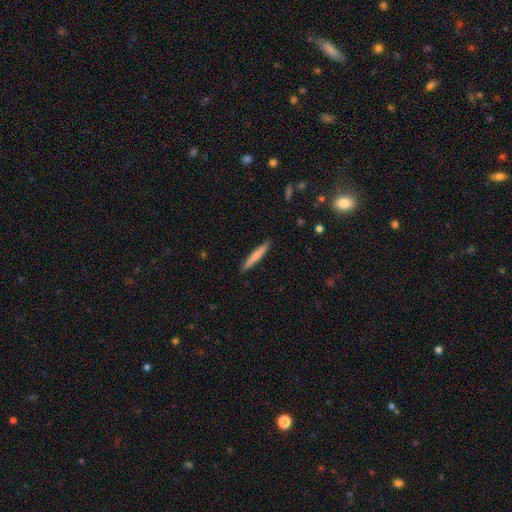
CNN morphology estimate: A smooth galaxy with no disk features (72%) that is cigar-shaped (95%). Merging: none (91%).